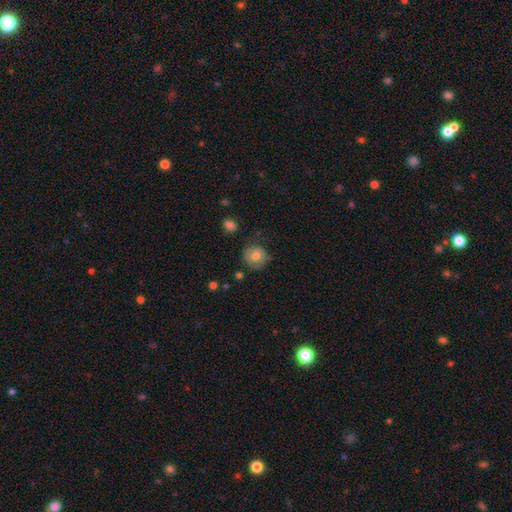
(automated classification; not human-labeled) smooth 65%, featured or disk 27%, star or artifact 8%. Down the decision tree: how rounded — round (86%); merging — none (66%).